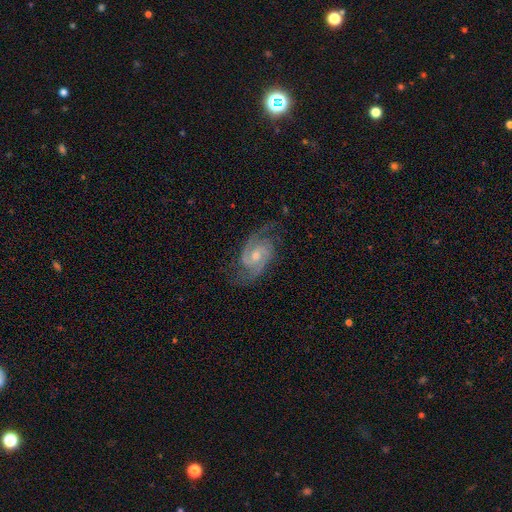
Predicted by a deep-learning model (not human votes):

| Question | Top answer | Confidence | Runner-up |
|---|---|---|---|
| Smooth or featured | featured or disk | 91% | star or artifact (5%) |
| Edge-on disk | no | 97% | yes (3%) |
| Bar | no | 46% | weak (43%) |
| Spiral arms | yes | 98% | no (2%) |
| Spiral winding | medium | 54% | tight (35%) |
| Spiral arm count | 2 | 88% | 3 (5%) |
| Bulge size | moderate | 51% | small (44%) |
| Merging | none | 77% | minor disturbance (16%) |